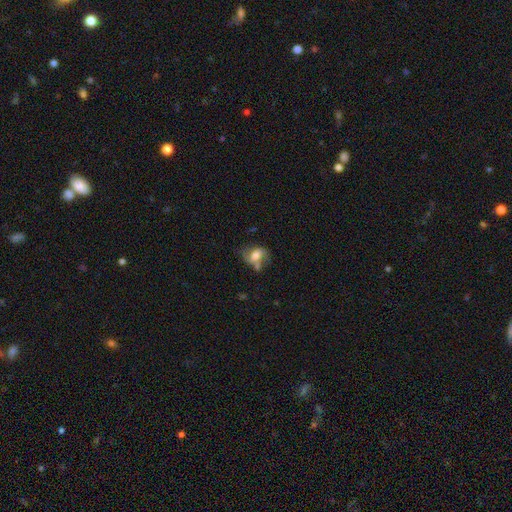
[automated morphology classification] smooth 48%, featured or disk 43%, star or artifact 9%. Down the decision tree: merging — none (39%).